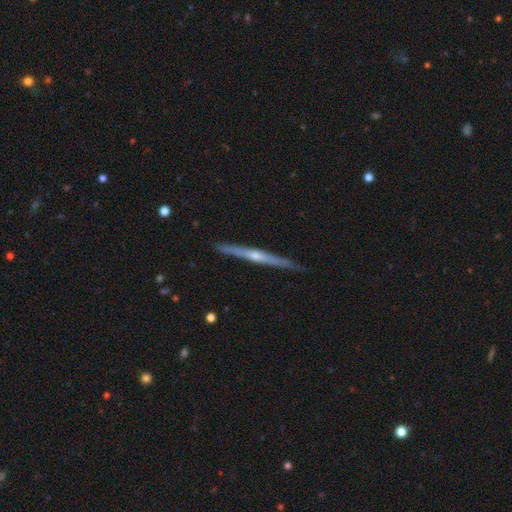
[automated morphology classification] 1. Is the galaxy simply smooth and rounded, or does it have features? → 78% featured or disk, 17% smooth, 5% star or artifact.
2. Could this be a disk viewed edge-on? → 98% yes, 2% no.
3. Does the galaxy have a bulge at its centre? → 73% rounded, 22% none, 4% boxy.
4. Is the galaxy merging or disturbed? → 90% none, 8% minor disturbance, 1% major disturbance, 1% merger.